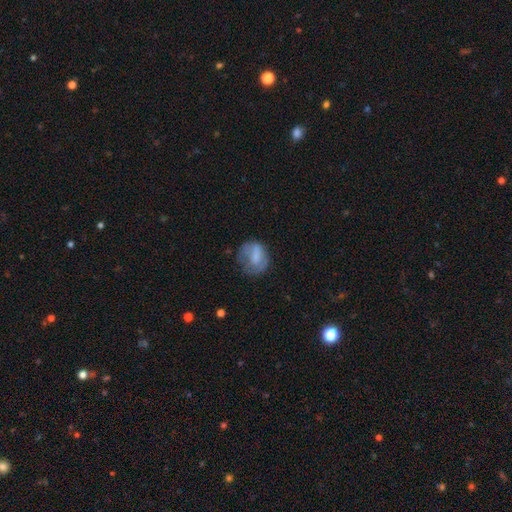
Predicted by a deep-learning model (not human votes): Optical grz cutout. It shows a smooth galaxy with no disk features (62%) that is round (61%). Merging: none (48%).